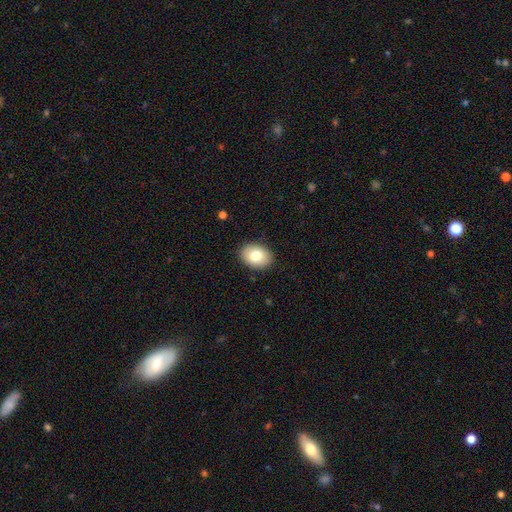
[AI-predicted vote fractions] The model was most divided on "how rounded": in between: 76%, round: 23%, cigar-shaped: 1%. More confident: merging — none (89%); smooth or featured — smooth (80%).